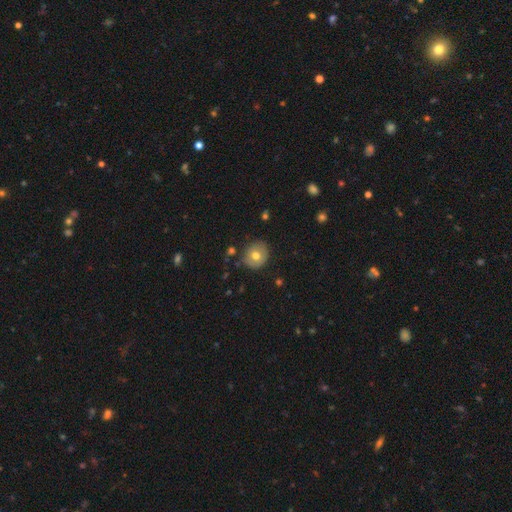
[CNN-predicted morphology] smooth_or_featured: smooth (p=0.69) [alt: featured or disk p=0.22]
how_rounded: round (p=0.80) [alt: in between p=0.19]
merging: none (p=0.80) [alt: minor disturbance p=0.14]